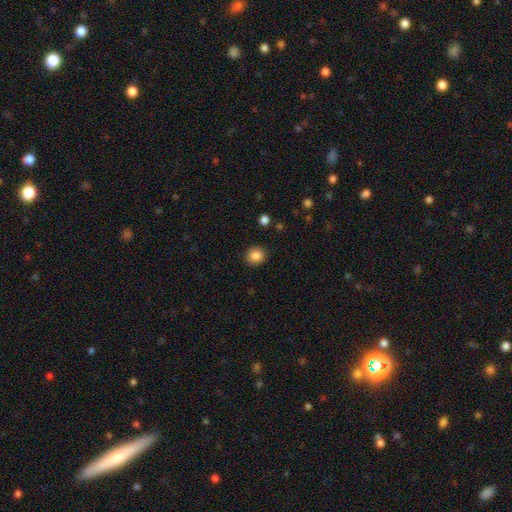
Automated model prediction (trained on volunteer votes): Smooth or featured? Predicted: smooth (p=0.86). How rounded? Predicted: round (p=0.86). Merging? Predicted: none (p=0.90).